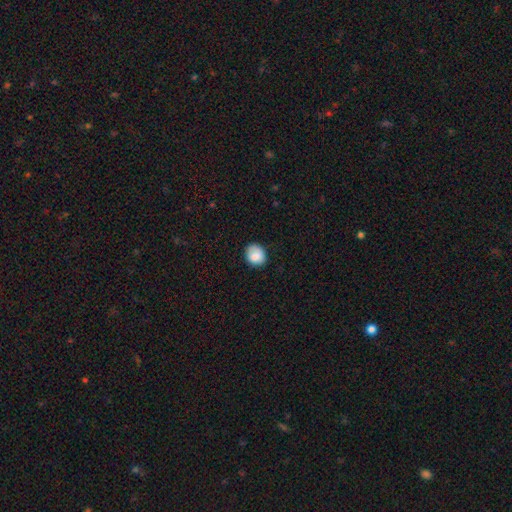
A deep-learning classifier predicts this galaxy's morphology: Smooth or featured: smooth — 83% (featured or disk — 9%)
How rounded: round — 65% (in between — 34%)
Merging: none — 72% (minor disturbance — 22%)